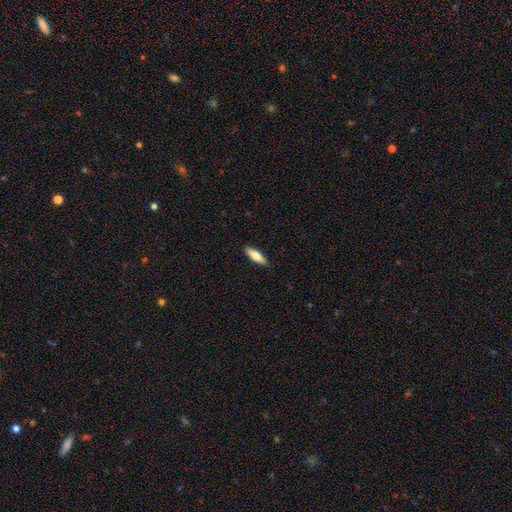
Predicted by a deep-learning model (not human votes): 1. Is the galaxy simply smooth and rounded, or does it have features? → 69% smooth, 26% featured or disk, 5% star or artifact.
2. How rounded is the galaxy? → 57% cigar-shaped, 41% in between, 2% round.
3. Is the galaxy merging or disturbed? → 90% none, 8% minor disturbance, 2% major disturbance, 1% merger.